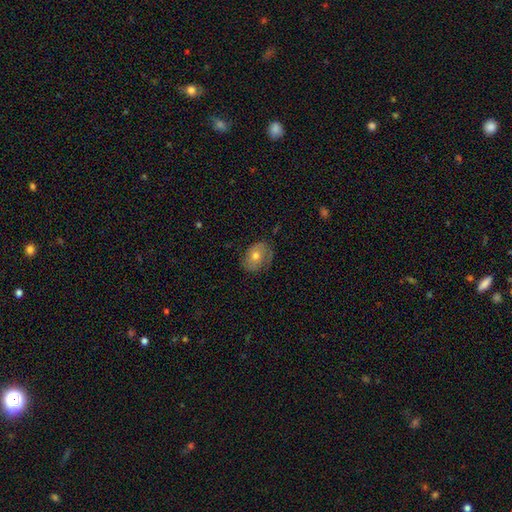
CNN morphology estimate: smooth_or_featured: smooth (p=0.55) [alt: featured or disk p=0.36]
how_rounded: in between (p=0.63) [alt: round p=0.36]
merging: none (p=0.73) [alt: minor disturbance p=0.20]